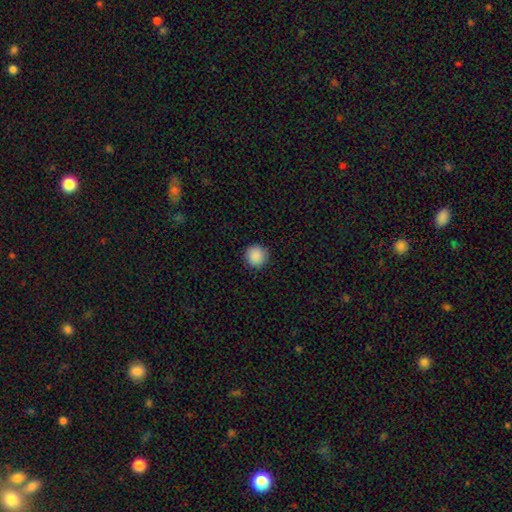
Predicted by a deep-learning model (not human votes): Overall: smooth (89%). How rounded: round (95%). Merging: none (92%).